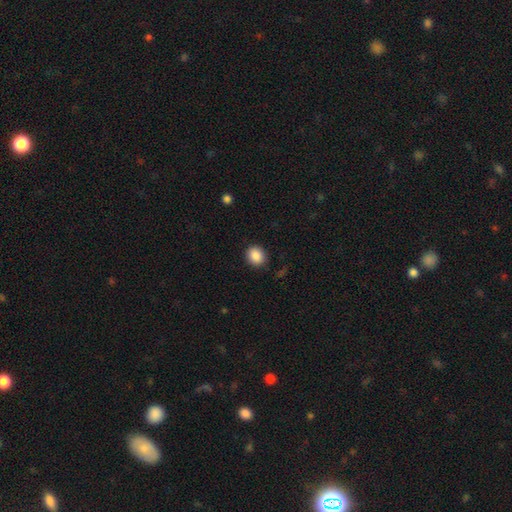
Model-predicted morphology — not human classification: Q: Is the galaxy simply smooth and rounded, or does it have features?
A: smooth — 88%.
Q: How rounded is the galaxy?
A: round — 78%.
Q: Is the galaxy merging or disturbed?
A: none — 90%.